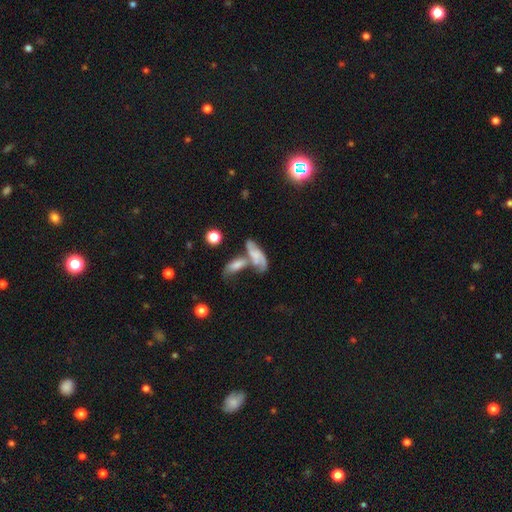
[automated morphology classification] type=featured or disk (57%); edge-on=no (86%); merging=merger (51%).